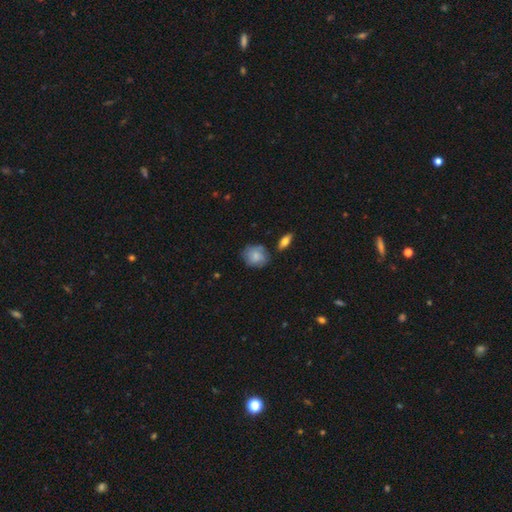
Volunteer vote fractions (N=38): smooth 63%, featured or disk 32%, star or artifact 5%. Down the decision tree: how rounded — round (62%); merging — none (69%).